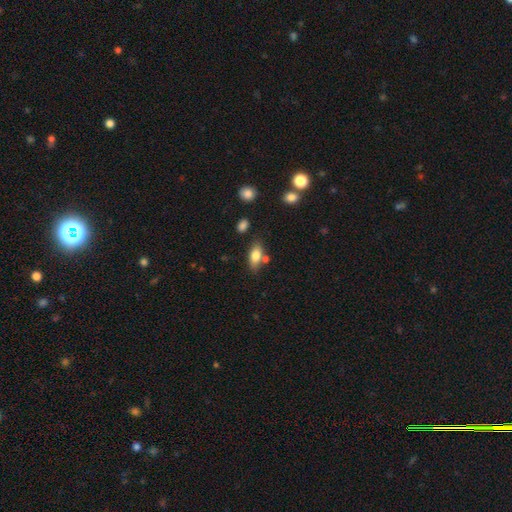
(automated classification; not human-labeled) smooth-or-featured: smooth: 77% | featured or disk: 16% | star or artifact: 8%
  how-rounded: in between: 84% | cigar-shaped: 11% | round: 5%
  merging: none: 68% | minor disturbance: 15% | merger: 13% | major disturbance: 4%